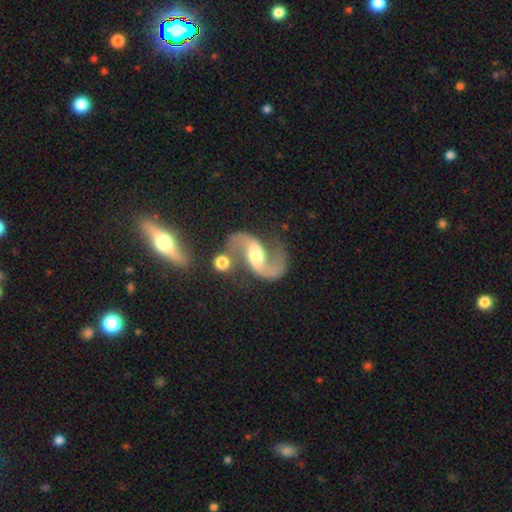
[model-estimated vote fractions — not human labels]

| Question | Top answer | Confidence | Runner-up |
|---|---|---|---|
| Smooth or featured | featured or disk | 91% | smooth (5%) |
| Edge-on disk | no | 97% | yes (3%) |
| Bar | weak | 39% | strong (33%) |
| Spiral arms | yes | 97% | no (3%) |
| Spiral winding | loose | 65% | medium (30%) |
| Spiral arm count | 2 | 94% | 1 (2%) |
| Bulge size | moderate | 60% | large (19%) |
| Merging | none | 64% | merger (14%) |